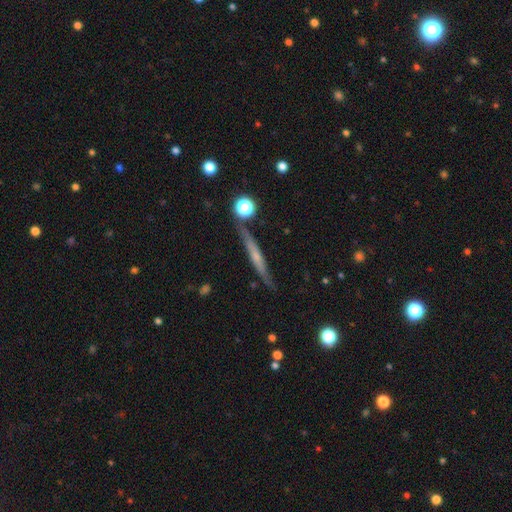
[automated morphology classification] type=featured or disk (57%); edge-on=yes (93%); edge-on bulge=none (52%); merging=none (81%).